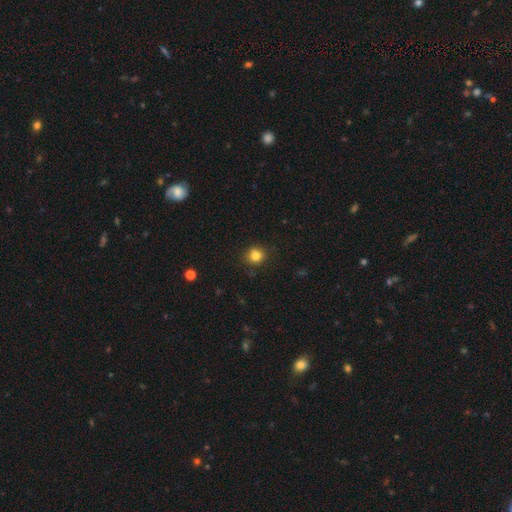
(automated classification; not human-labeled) Q: Smooth or featured?
A: smooth (82%); runner-up: star or artifact (12%)
Q: How rounded?
A: round (84%); runner-up: in between (15%)
Q: Merging?
A: none (82%); runner-up: minor disturbance (12%)